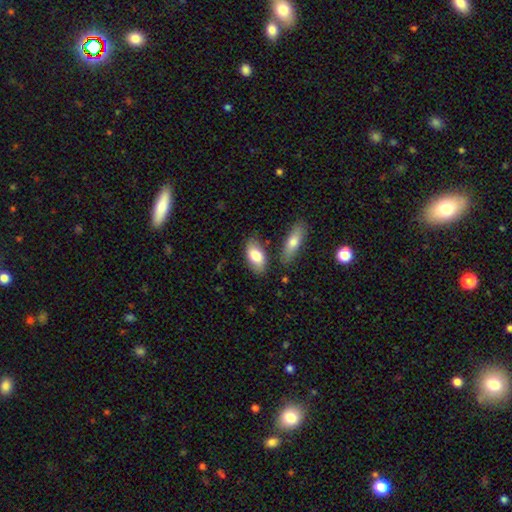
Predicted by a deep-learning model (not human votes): This is likely a smooth galaxy (78%). How rounded: clearly in between (91%). Merging: likely none (74%).